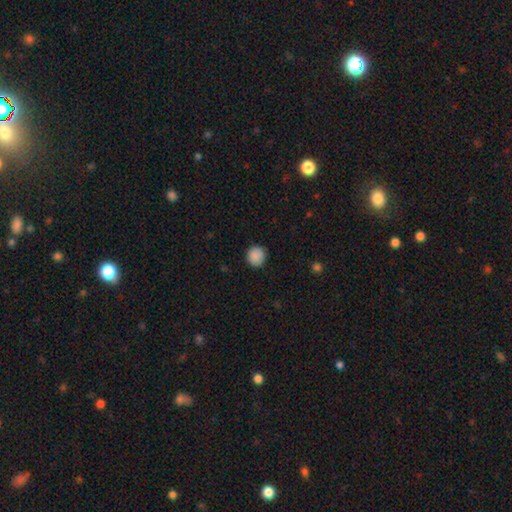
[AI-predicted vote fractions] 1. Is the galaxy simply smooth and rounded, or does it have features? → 89% smooth, 9% star or artifact, 3% featured or disk.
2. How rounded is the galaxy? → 92% round, 7% in between, 1% cigar-shaped.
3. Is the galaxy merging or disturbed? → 89% none, 8% minor disturbance, 2% major disturbance, 1% merger.